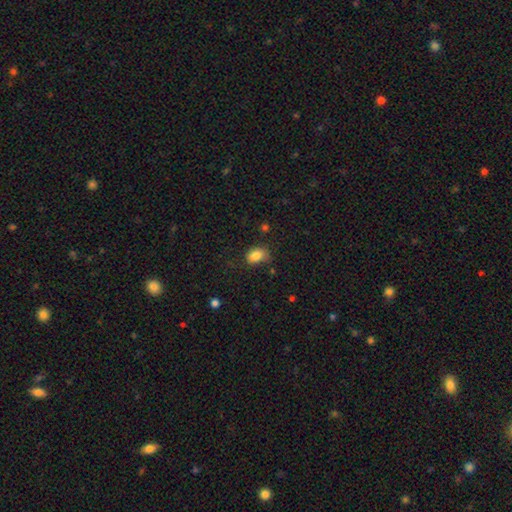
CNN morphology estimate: Smooth or featured? Predicted: smooth (p=0.84). How rounded? Predicted: in between (p=0.76). Merging? Predicted: none (p=0.65).